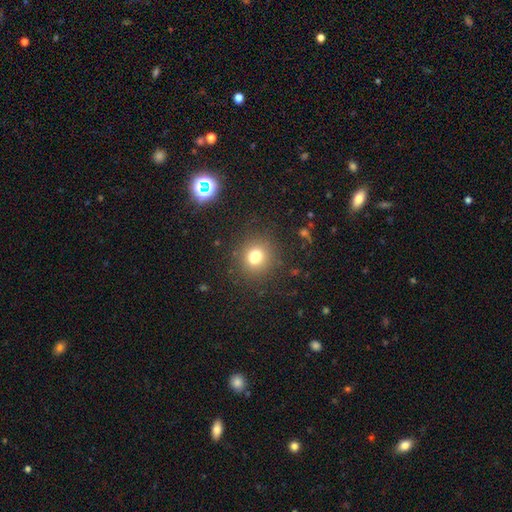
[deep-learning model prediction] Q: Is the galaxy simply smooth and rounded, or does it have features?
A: smooth — 74%.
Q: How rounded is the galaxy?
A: round — 79%.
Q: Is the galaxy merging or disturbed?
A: none — 75%.